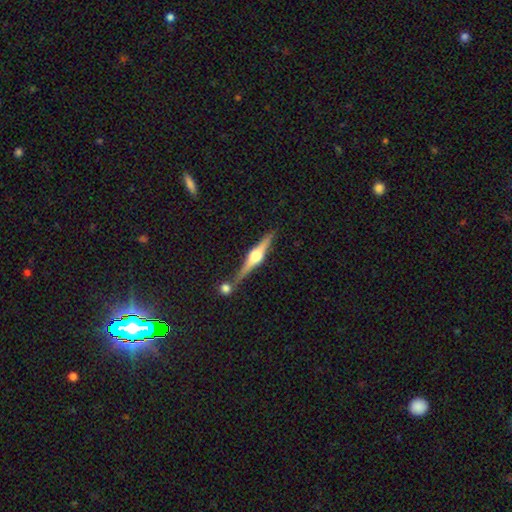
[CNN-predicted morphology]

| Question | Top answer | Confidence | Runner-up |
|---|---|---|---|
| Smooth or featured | featured or disk | 81% | smooth (13%) |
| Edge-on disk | yes | 98% | no (2%) |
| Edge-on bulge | rounded | 93% | boxy (5%) |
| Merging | none | 75% | merger (11%) |